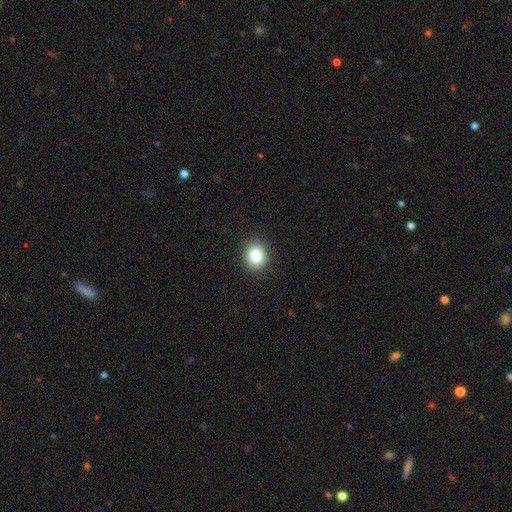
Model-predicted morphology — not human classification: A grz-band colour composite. It shows a smooth galaxy with no disk features (83%) that is round (67%). Merging: none (90%).